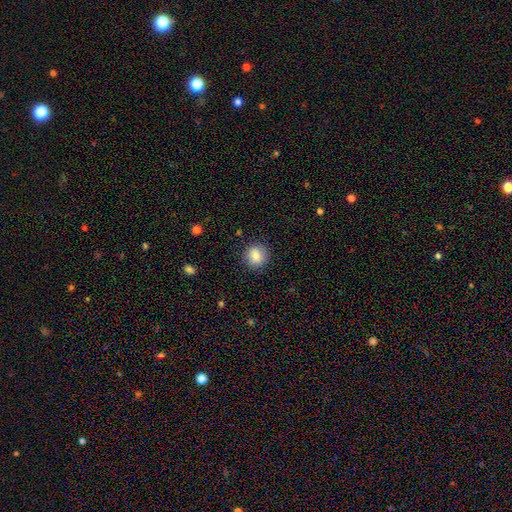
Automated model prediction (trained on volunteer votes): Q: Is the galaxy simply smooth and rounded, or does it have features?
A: smooth — 84%.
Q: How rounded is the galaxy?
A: round — 87%.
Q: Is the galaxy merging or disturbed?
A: none — 87%.